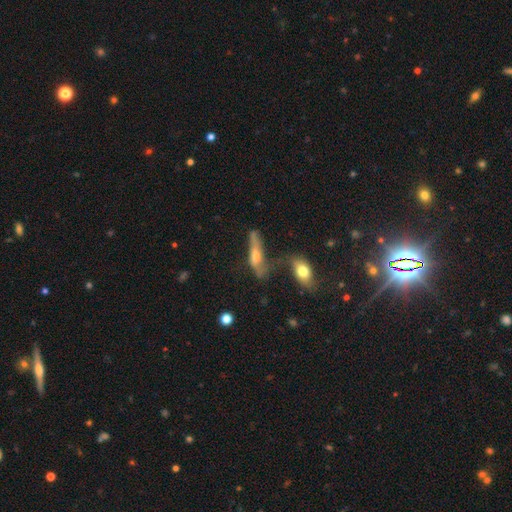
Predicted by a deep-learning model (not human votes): Morphology: type=featured or disk (49%); merging=none (41%).